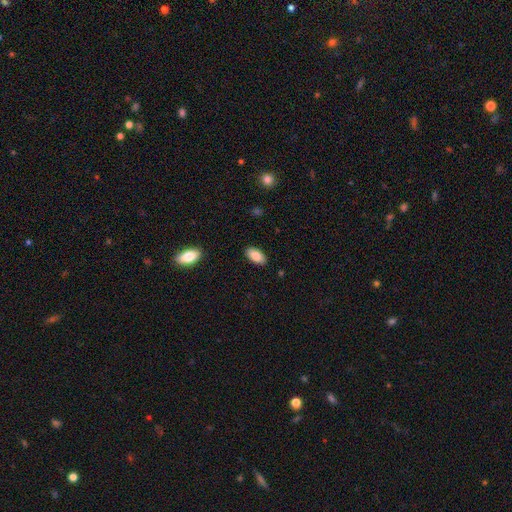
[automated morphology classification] smooth_or_featured: smooth (p=0.85) [alt: featured or disk p=0.08]
how_rounded: in between (p=0.94) [alt: cigar-shaped p=0.04]
merging: none (p=0.89) [alt: minor disturbance p=0.08]